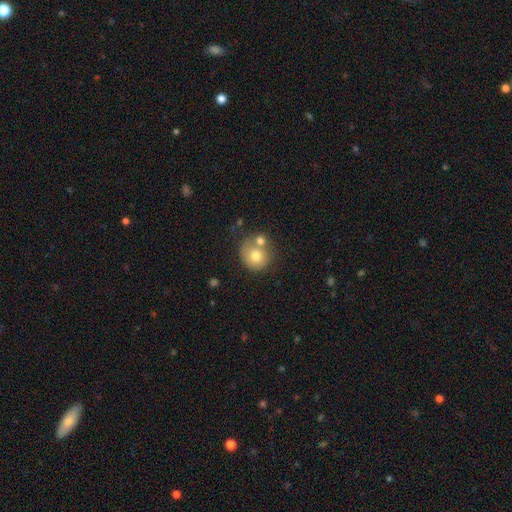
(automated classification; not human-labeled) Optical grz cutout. It shows a smooth galaxy with no disk features (72%) that is round (83%). Merging: none (42%).